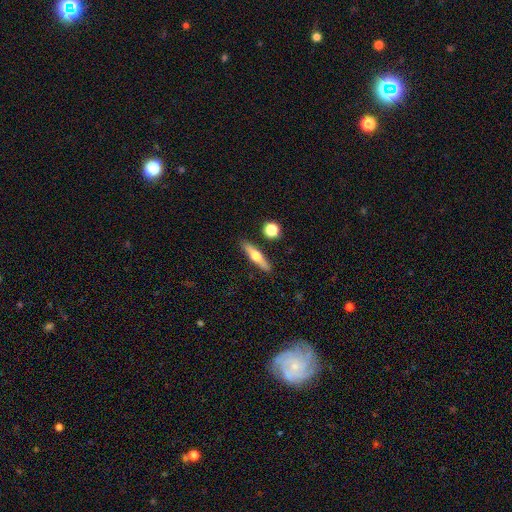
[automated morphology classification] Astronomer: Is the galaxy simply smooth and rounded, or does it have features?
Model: featured or disk — 51% (runner-up: smooth, 42%).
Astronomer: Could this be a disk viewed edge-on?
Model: yes — 93%.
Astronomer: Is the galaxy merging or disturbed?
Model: none — 87%.